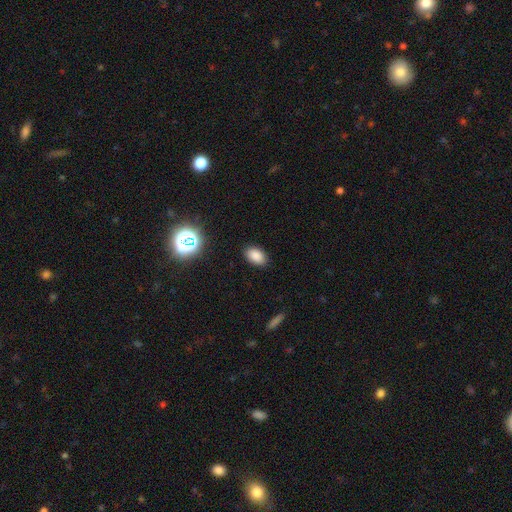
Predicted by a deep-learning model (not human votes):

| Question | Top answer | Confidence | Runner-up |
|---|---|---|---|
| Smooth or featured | smooth | 84% | star or artifact (12%) |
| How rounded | in between | 88% | round (11%) |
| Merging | none | 86% | minor disturbance (10%) |